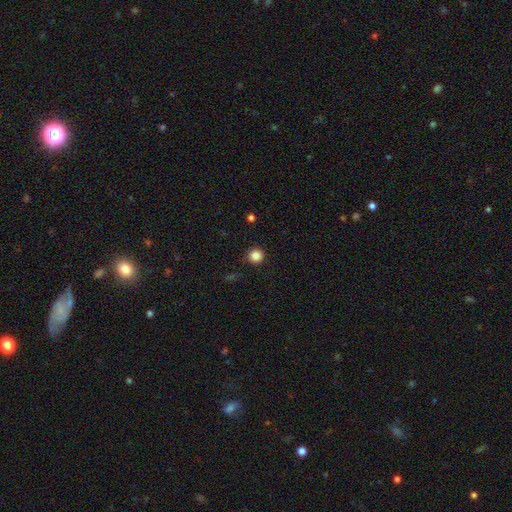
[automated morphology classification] type=smooth (85%); roundness=round (94%); merging=none (90%).